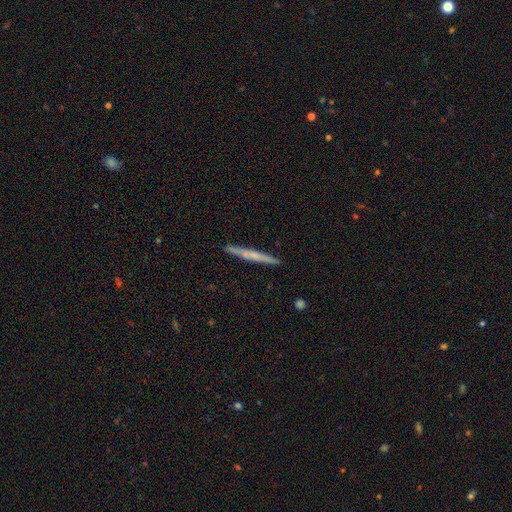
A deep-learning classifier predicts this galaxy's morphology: This is possibly a featured or disk galaxy (50%). Merging: clearly none (90%).